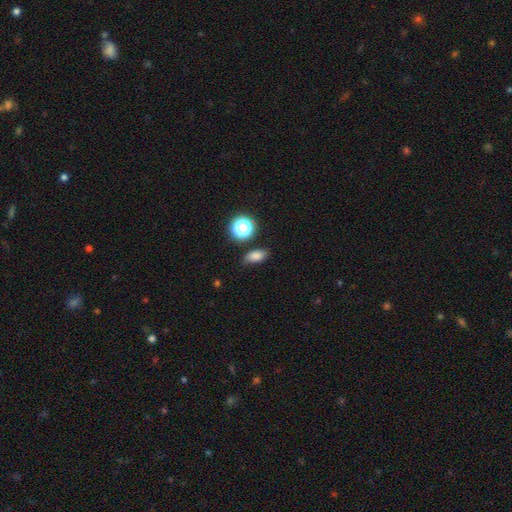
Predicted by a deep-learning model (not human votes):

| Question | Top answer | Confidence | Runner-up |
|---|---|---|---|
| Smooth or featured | smooth | 79% | star or artifact (14%) |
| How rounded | in between | 78% | round (16%) |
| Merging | none | 74% | minor disturbance (18%) |